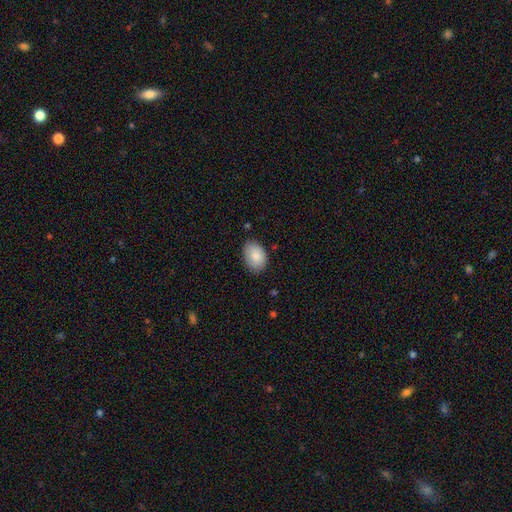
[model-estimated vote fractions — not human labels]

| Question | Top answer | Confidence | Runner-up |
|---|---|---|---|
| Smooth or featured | smooth | 87% | featured or disk (7%) |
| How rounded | in between | 83% | round (16%) |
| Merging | none | 80% | minor disturbance (16%) |